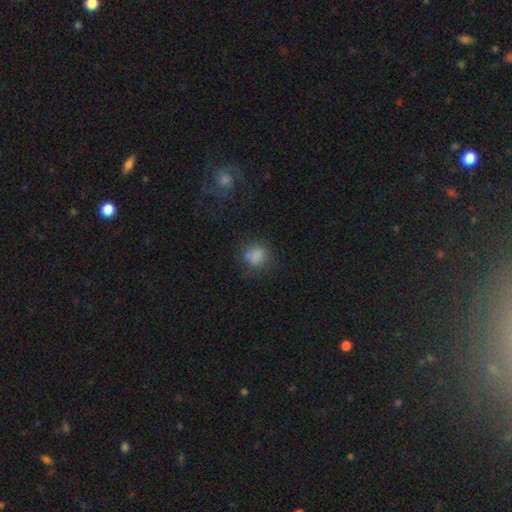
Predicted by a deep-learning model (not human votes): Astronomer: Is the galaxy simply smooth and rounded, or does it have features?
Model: smooth — 78%.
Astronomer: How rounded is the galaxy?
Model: round — 75%.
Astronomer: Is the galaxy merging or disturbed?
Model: none — 65%.